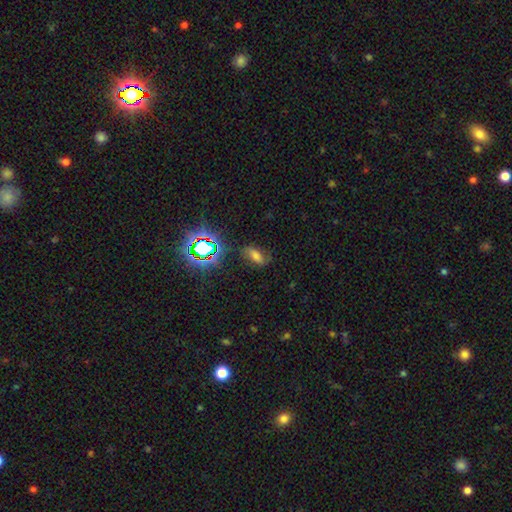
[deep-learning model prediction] smooth_or_featured: smooth (p=0.53) [alt: star or artifact p=0.27]
how_rounded: in between (p=0.84) [alt: cigar-shaped p=0.09]
merging: none (p=0.68) [alt: minor disturbance p=0.20]